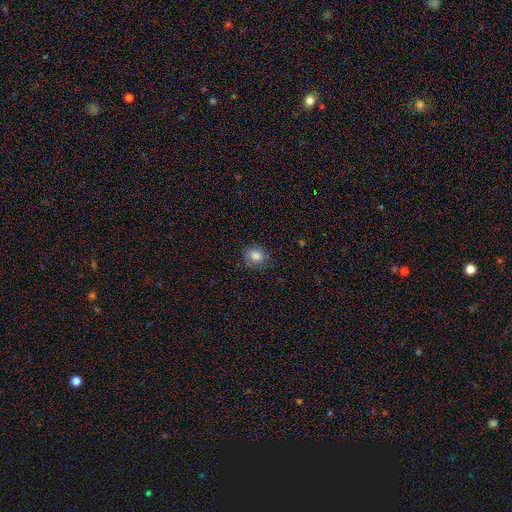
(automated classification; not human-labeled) Morphology: type=smooth (82%); roundness=round (61%); merging=none (77%).